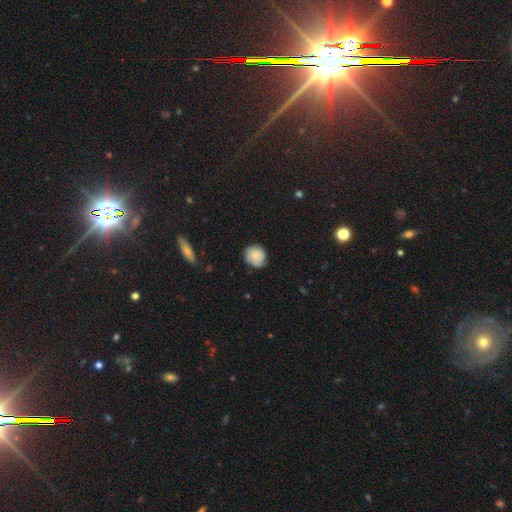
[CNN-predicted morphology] This is likely a smooth galaxy (71%). How rounded: likely round (79%). Merging: likely none (70%).